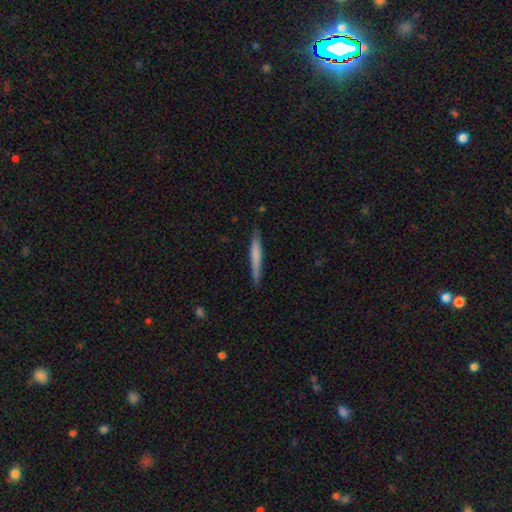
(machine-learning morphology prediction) The model was most divided on "smooth or featured": smooth: 64%, featured or disk: 31%, star or artifact: 5%. More confident: how rounded — cigar-shaped (96%); merging — none (86%).